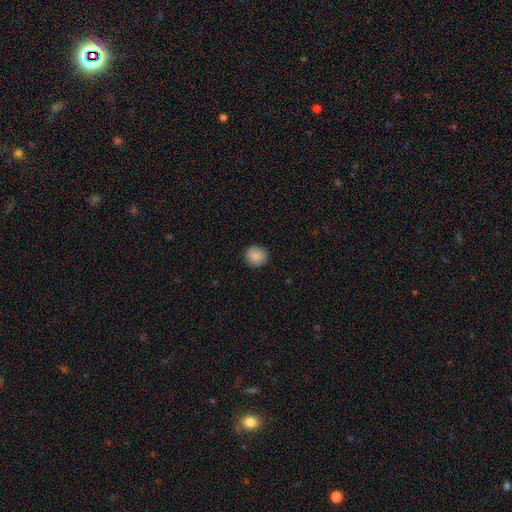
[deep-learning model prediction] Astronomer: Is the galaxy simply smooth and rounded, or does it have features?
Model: smooth — 88%.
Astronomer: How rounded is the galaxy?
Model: round — 91%.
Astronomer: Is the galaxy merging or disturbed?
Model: none — 90%.